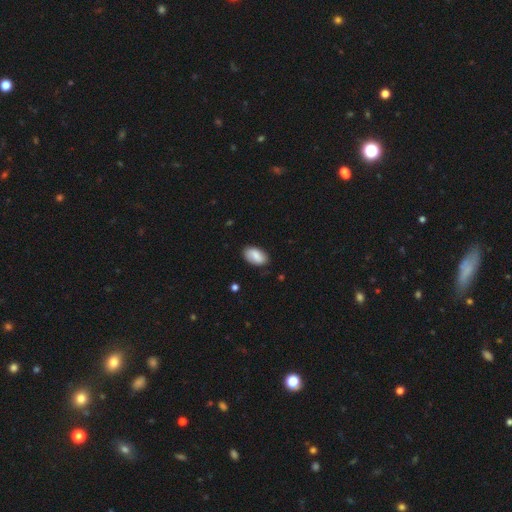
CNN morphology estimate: Smooth or featured? smooth (78%)
How rounded? in between (93%)
Merging? none (80%)